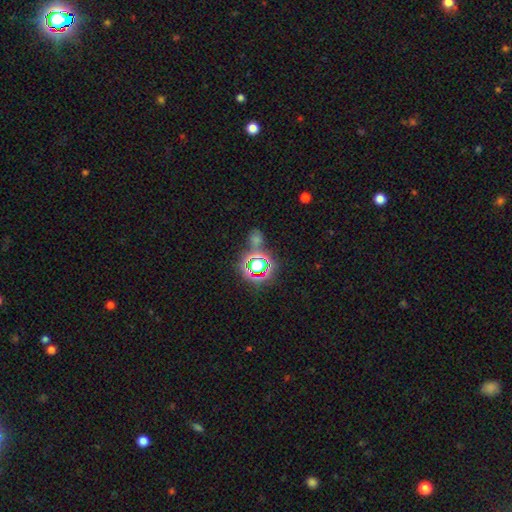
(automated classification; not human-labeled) This is likely a star or artifact rather than a galaxy (71%).